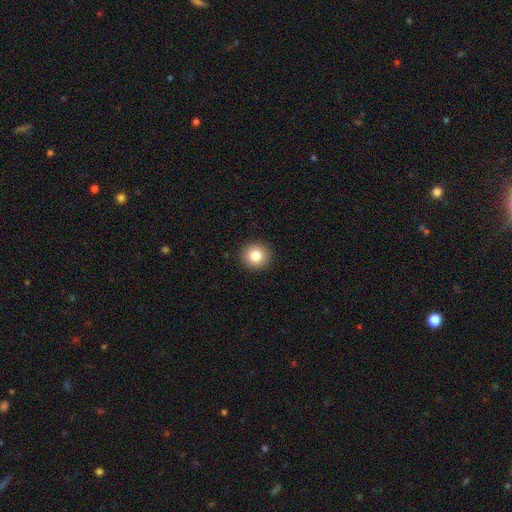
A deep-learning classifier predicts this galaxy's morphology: Overall: smooth (82%). How rounded: round (92%). Merging: none (92%).